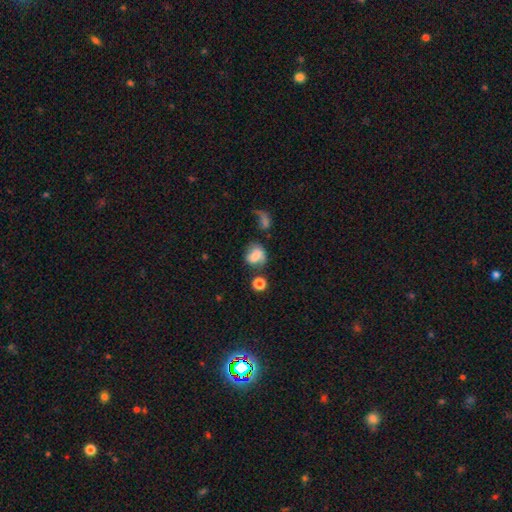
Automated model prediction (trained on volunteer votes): Smooth or featured: smooth — 64% (featured or disk — 24%)
How rounded: round — 52% (in between — 46%)
Merging: none — 46% (minor disturbance — 23%)